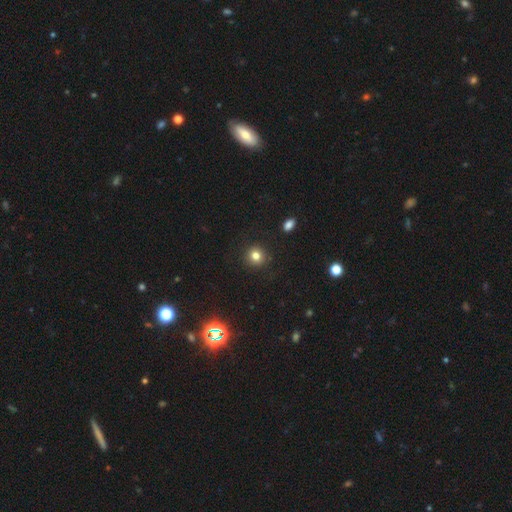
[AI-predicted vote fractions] Smooth or featured?
  - smooth: 80% *
  - star or artifact: 13%
  - featured or disk: 6%
How rounded?
  - round: 91% *
  - in between: 8%
  - cigar-shaped: 1%
Merging?
  - none: 90% *
  - minor disturbance: 6%
  - major disturbance: 2%
  - merger: 1%